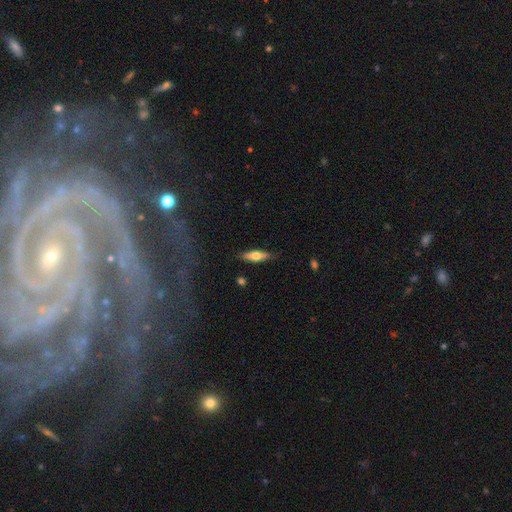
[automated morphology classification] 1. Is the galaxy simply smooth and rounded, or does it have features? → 59% smooth, 35% featured or disk, 6% star or artifact.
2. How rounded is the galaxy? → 54% cigar-shaped, 44% in between, 2% round.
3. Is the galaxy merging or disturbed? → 85% none, 12% minor disturbance, 2% major disturbance, 1% merger.